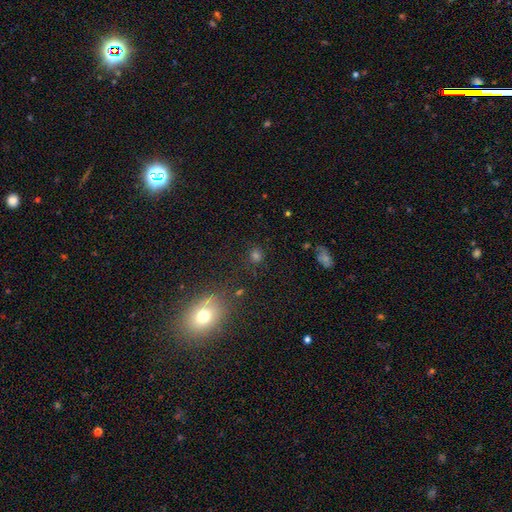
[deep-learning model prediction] smooth-or-featured: smooth: 60% | star or artifact: 31% | featured or disk: 8%
  how-rounded: round: 84% | in between: 15% | cigar-shaped: 2%
  merging: none: 81% | minor disturbance: 10% | major disturbance: 5% | merger: 4%